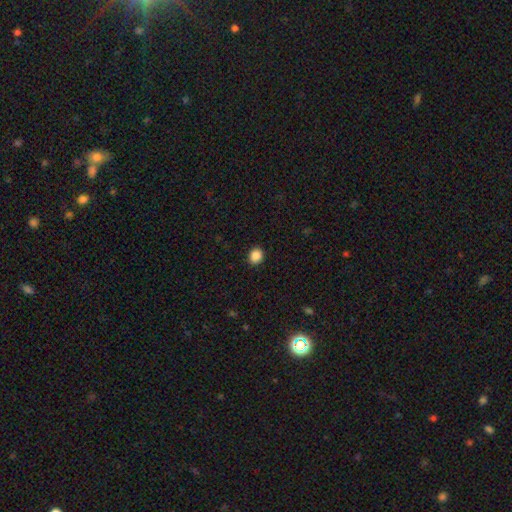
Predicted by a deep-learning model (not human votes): The model was most divided on "how rounded": round: 66%, in between: 33%, cigar-shaped: 1%. More confident: merging — none (91%); smooth or featured — smooth (88%).